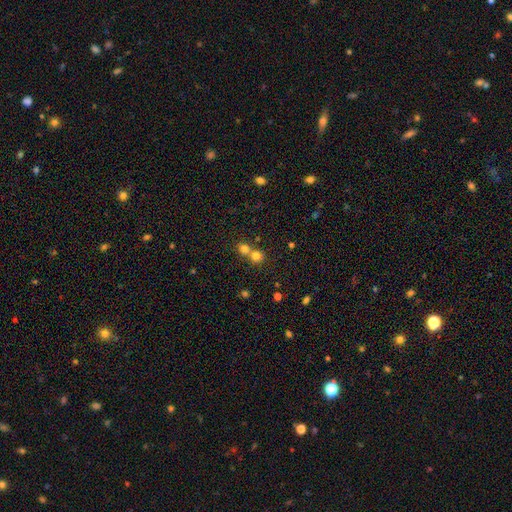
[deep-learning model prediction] This is likely a smooth galaxy (76%). How rounded: clearly round (87%). Merging: possibly merger (50%).